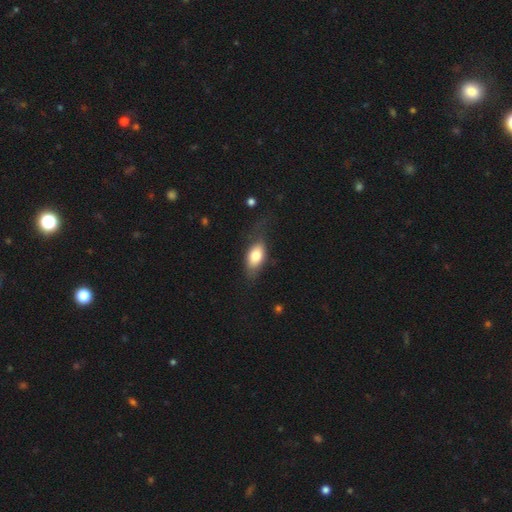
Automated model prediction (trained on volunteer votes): Smooth or featured? Predicted: smooth (p=0.74). How rounded? Predicted: in between (p=0.86). Merging? Predicted: none (p=0.54).